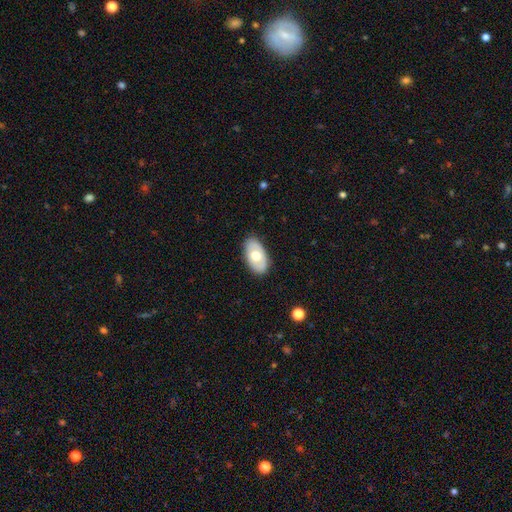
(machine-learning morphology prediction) smooth-or-featured: smooth: 61% | featured or disk: 33% | star or artifact: 6%
  how-rounded: in between: 94% | round: 5% | cigar-shaped: 1%
  merging: none: 85% | minor disturbance: 11% | major disturbance: 2% | merger: 1%